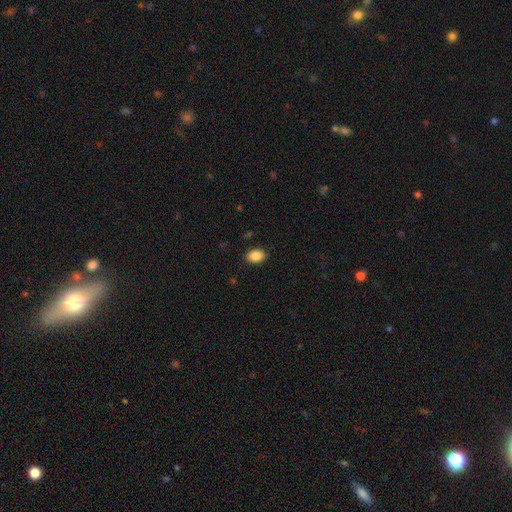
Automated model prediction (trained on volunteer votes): Q: Smooth or featured?
A: smooth (88%); runner-up: star or artifact (8%)
Q: How rounded?
A: in between (81%); runner-up: round (17%)
Q: Merging?
A: none (88%); runner-up: minor disturbance (9%)